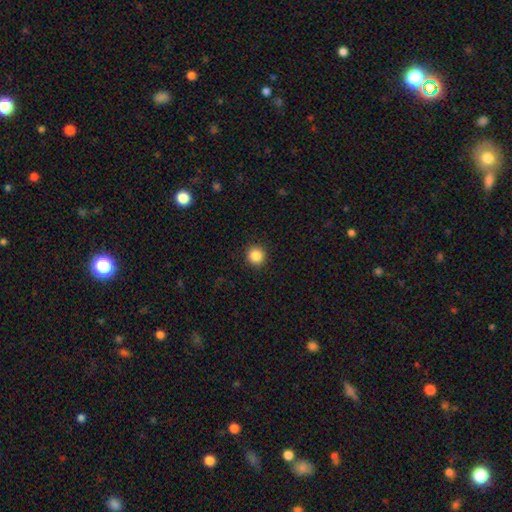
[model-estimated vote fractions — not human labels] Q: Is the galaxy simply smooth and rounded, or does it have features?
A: smooth — 87%.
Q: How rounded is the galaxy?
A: round — 94%.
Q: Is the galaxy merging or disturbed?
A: none — 93%.